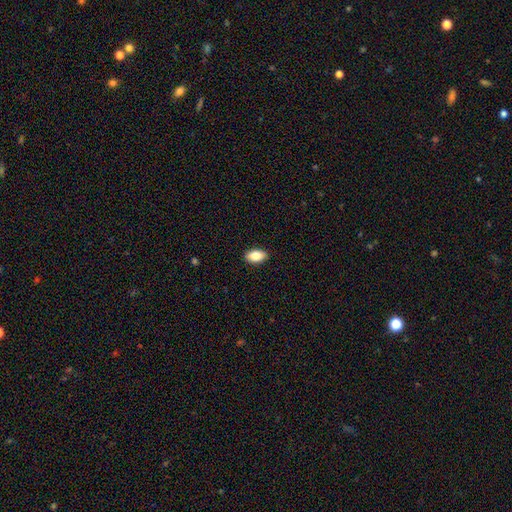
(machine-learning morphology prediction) Smooth or featured?
  - smooth: 83% *
  - featured or disk: 10%
  - star or artifact: 7%
How rounded?
  - in between: 91% *
  - round: 5%
  - cigar-shaped: 3%
Merging?
  - none: 90% *
  - minor disturbance: 8%
  - major disturbance: 2%
  - merger: 1%